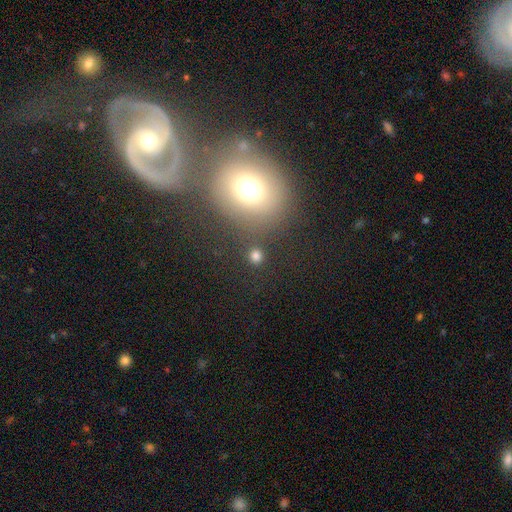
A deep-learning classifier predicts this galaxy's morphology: A smooth galaxy with no disk features (77%) that is round (88%). Merging: none (84%).